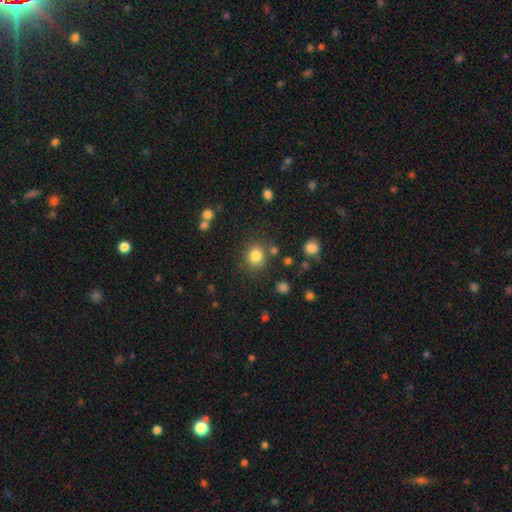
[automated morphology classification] Smooth or featured: smooth — 82% (star or artifact — 12%)
How rounded: round — 81% (in between — 18%)
Merging: none — 79% (minor disturbance — 10%)